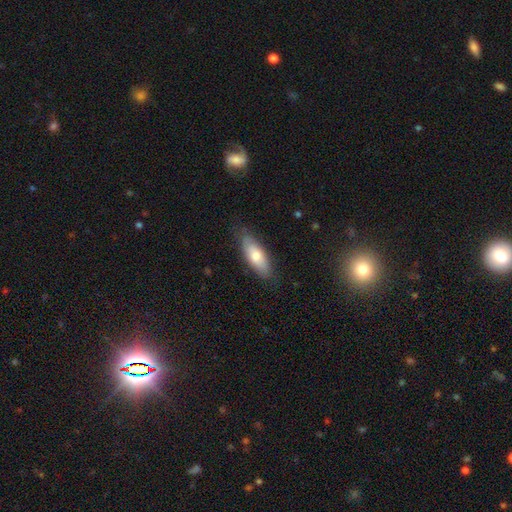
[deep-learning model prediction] Smooth or featured: smooth — 69% (featured or disk — 25%)
How rounded: in between — 68% (cigar-shaped — 30%)
Merging: none — 78% (minor disturbance — 17%)